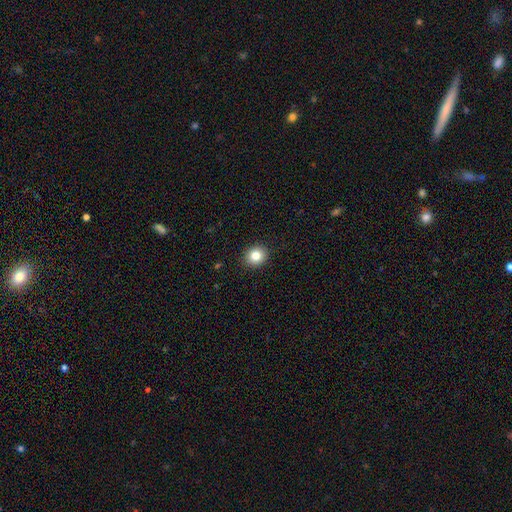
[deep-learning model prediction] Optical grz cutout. It shows a smooth galaxy with no disk features (83%) that is round (75%). Merging: none (91%).